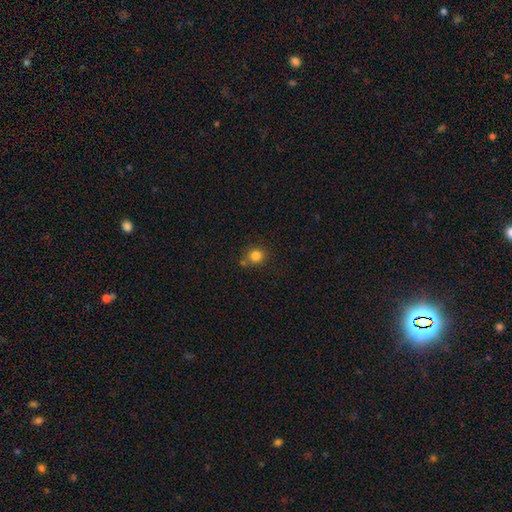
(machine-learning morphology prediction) The model was most divided on "merging": none: 72%, merger: 12%, minor disturbance: 12%, major disturbance: 3%. More confident: how rounded — round (87%); smooth or featured — smooth (82%).